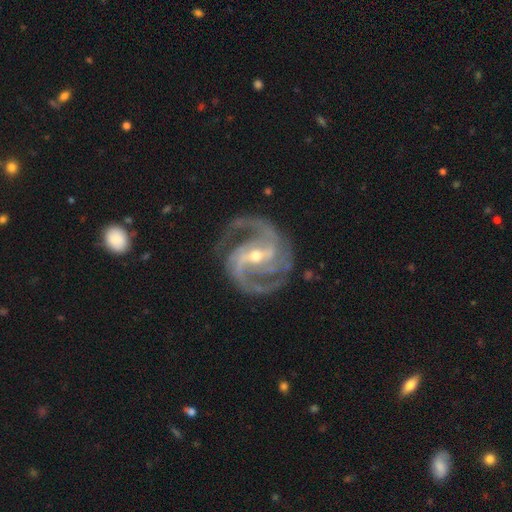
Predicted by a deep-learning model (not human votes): A featured or disk galaxy (94%) with a strong bar (56%), 2 (62%) medium (57%) spiral arms (99%) and a small central bulge (52%). Merging: none (76%).